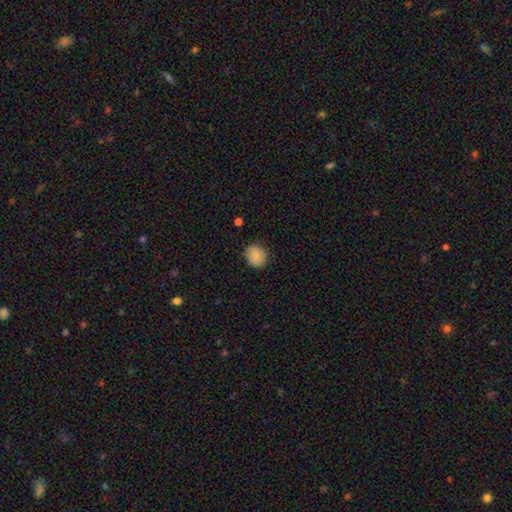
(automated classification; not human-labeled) Smooth or featured: smooth — 87% (star or artifact — 8%)
How rounded: round — 75% (in between — 24%)
Merging: none — 82% (minor disturbance — 14%)